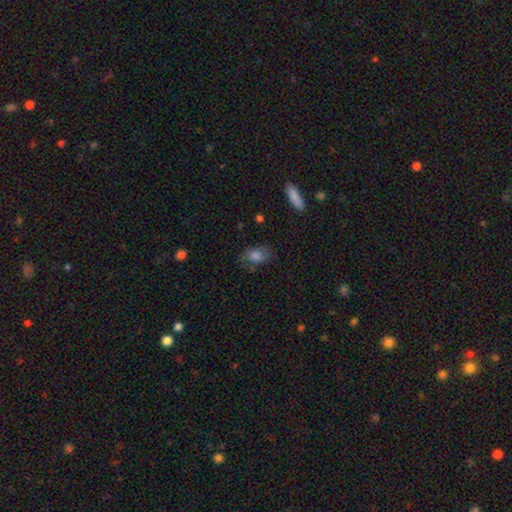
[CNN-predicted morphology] This appears to be a smooth galaxy with no disk features (76%) that is in between round and cigar-shaped (81%). Merging: none (67%).